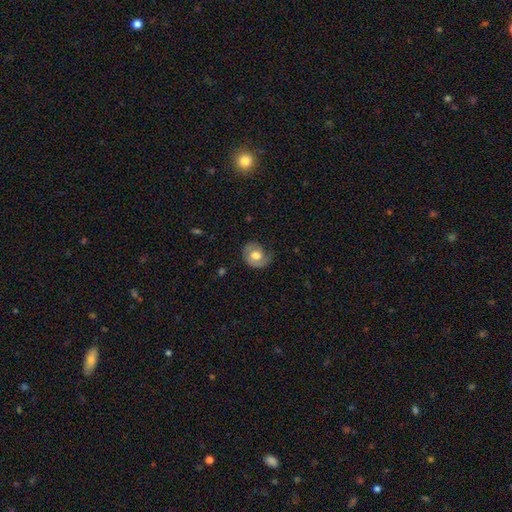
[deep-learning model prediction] smooth-or-featured: featured or disk: 47% | smooth: 46% | star or artifact: 7%
  merging: none: 58% | minor disturbance: 26% | major disturbance: 15% | merger: 1%